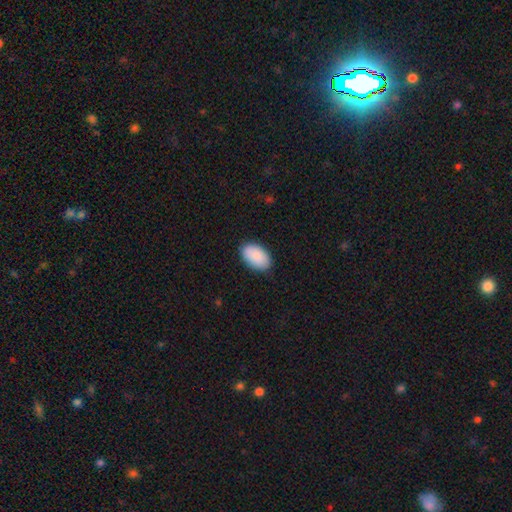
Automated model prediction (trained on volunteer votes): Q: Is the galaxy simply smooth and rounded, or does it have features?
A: smooth — 90%.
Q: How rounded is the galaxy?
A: in between — 95%.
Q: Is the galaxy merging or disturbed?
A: none — 86%.